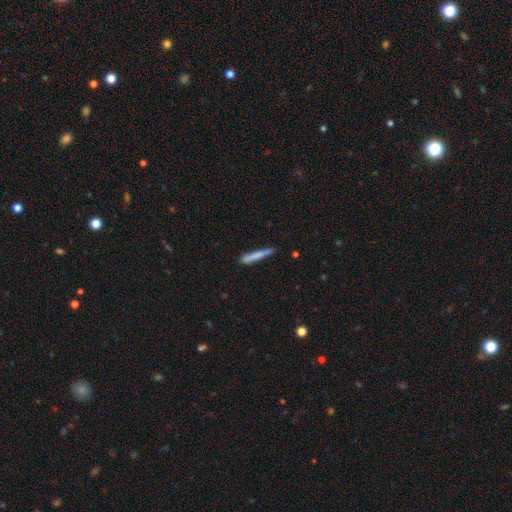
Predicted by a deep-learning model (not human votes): Q: Smooth or featured?
A: smooth (74%); runner-up: featured or disk (20%)
Q: How rounded?
A: cigar-shaped (96%); runner-up: in between (3%)
Q: Merging?
A: none (80%); runner-up: minor disturbance (15%)